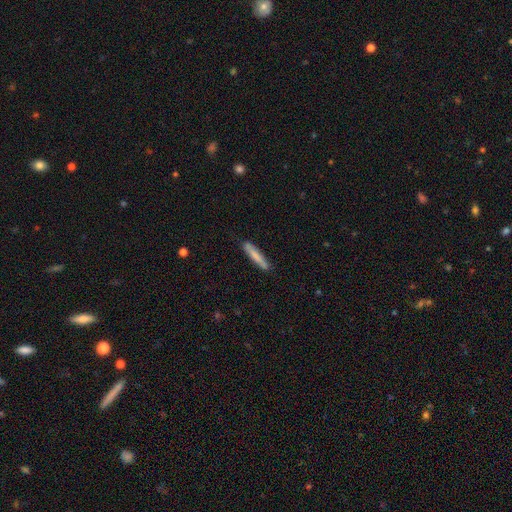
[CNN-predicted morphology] Smooth or featured: smooth — 74% (featured or disk — 20%)
How rounded: cigar-shaped — 92% (in between — 7%)
Merging: none — 82% (minor disturbance — 13%)